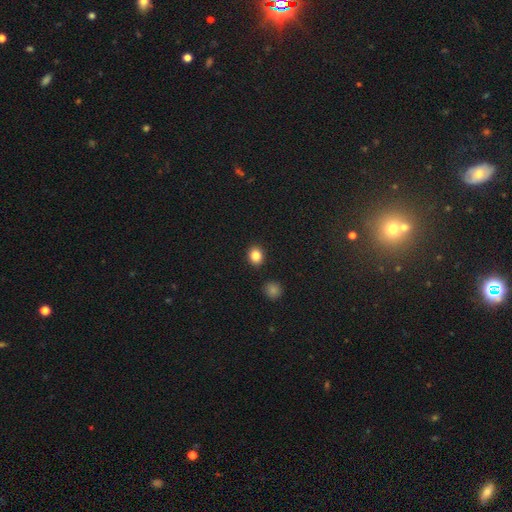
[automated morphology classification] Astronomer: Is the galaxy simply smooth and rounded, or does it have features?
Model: smooth — 84%.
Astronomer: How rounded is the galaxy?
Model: round — 65%.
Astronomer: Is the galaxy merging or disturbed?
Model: none — 90%.